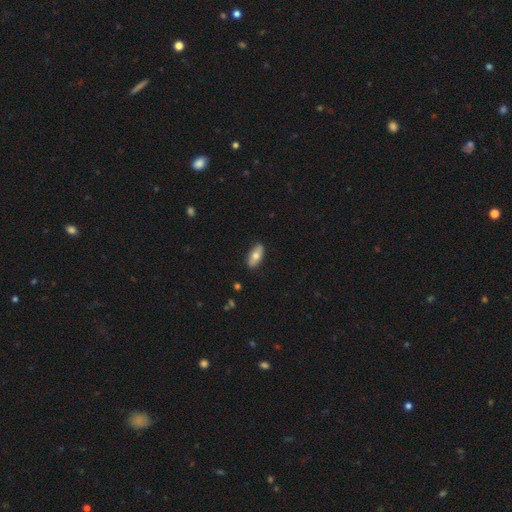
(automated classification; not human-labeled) smooth 70%, featured or disk 24%, star or artifact 6%. Down the decision tree: how rounded — in between (84%); merging — none (87%).